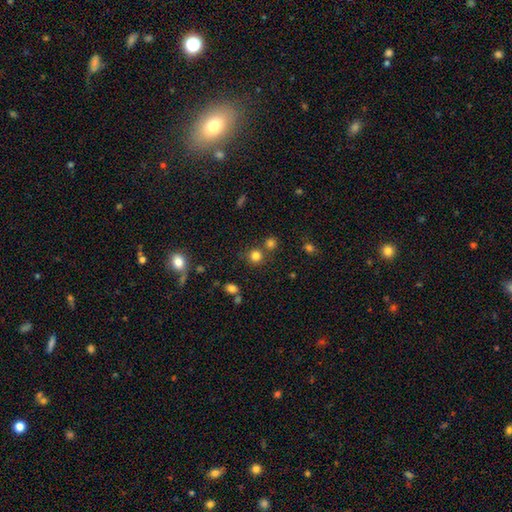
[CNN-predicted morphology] Smooth or featured? Predicted: smooth (p=0.78). How rounded? Predicted: round (p=0.90). Merging? Predicted: none (p=0.71).